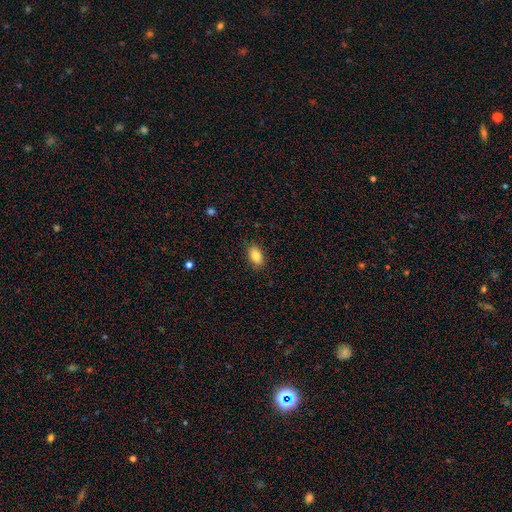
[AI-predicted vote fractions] Q: Smooth or featured?
A: smooth (85%); runner-up: star or artifact (8%)
Q: How rounded?
A: in between (91%); runner-up: round (6%)
Q: Merging?
A: none (86%); runner-up: minor disturbance (10%)